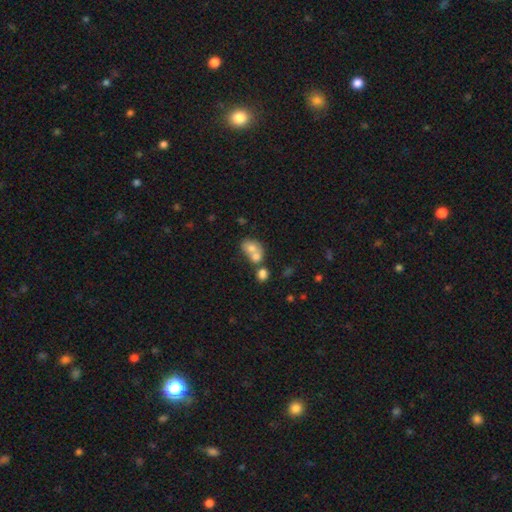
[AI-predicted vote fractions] This is likely a smooth galaxy (69%). How rounded: possibly in between (56%). Merging: likely merger (65%).